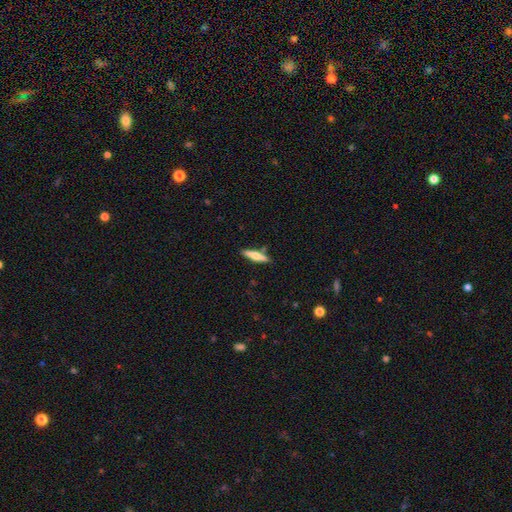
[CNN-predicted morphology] Overall: smooth (59%; featured or disk 35%). How rounded: cigar-shaped (83%). Merging: none (81%).